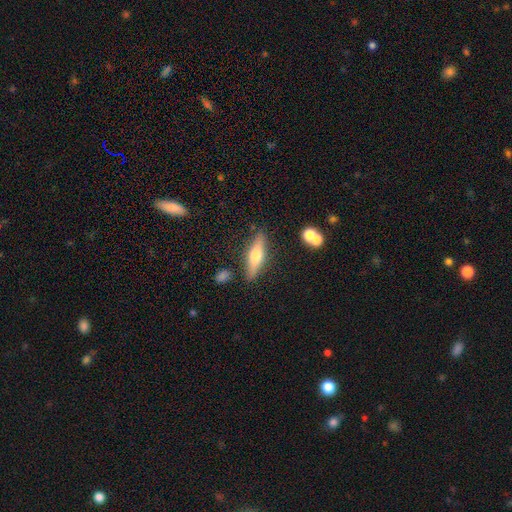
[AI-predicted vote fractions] Overall: featured or disk (47%, tied with smooth). Merging: none (83%).